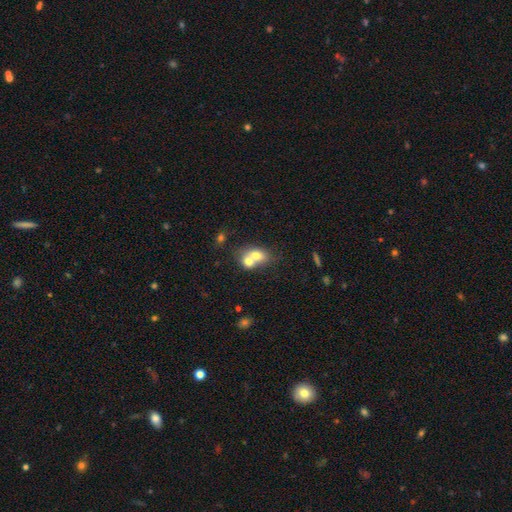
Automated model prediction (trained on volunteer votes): Smooth or featured? smooth (67%)
How rounded? in between (56%)
Merging? merger (68%)